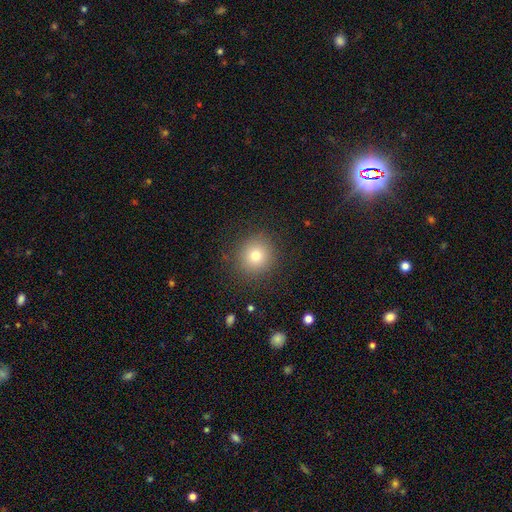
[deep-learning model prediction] Smooth or featured? Predicted: smooth (p=0.77). How rounded? Predicted: round (p=0.91). Merging? Predicted: none (p=0.88).